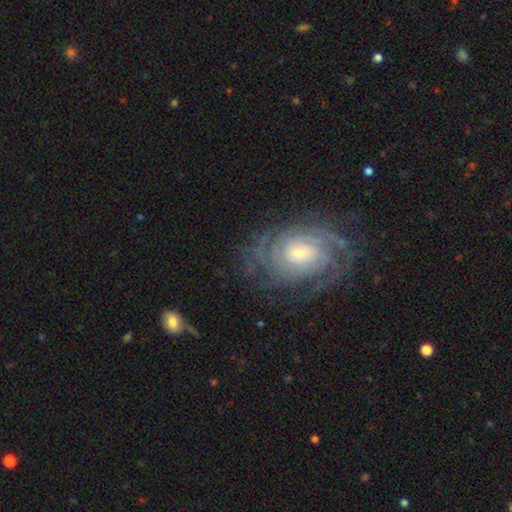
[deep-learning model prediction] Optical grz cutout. It shows a featured or disk galaxy (75%) with no bar (65%), tight (68%) spiral arms (92%) and a moderate central bulge (58%). Merging: none (80%).